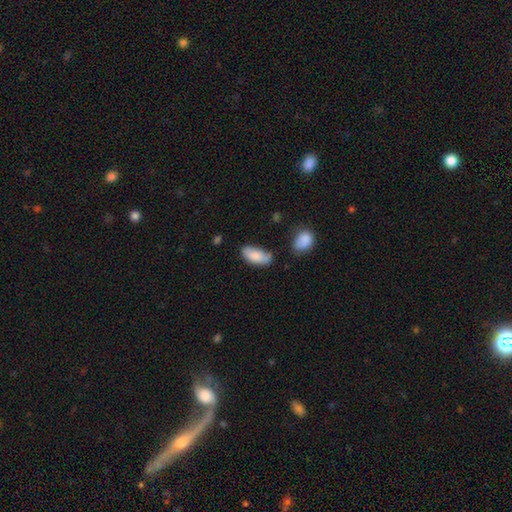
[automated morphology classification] smooth_or_featured: smooth (p=0.85) [alt: featured or disk p=0.09]
how_rounded: in between (p=0.91) [alt: cigar-shaped p=0.07]
merging: none (p=0.61) [alt: minor disturbance p=0.27]